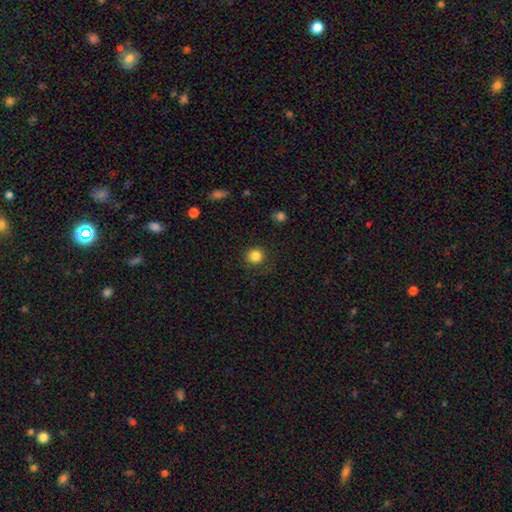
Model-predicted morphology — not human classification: Smooth or featured?
  - smooth: 84% *
  - star or artifact: 12%
  - featured or disk: 5%
How rounded?
  - round: 91% *
  - in between: 8%
  - cigar-shaped: 1%
Merging?
  - none: 85% *
  - minor disturbance: 10%
  - major disturbance: 4%
  - merger: 1%